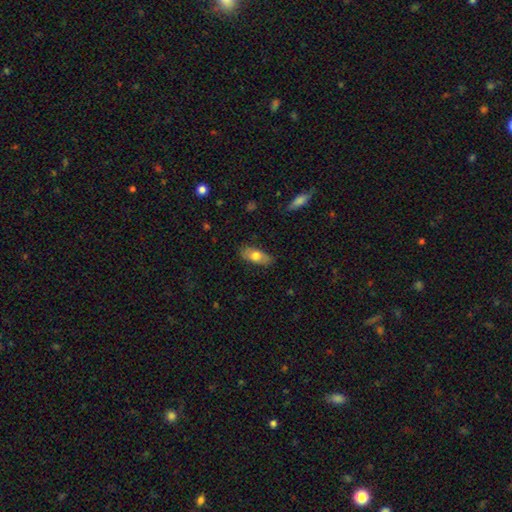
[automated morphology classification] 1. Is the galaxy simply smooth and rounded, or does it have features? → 72% smooth, 22% featured or disk, 6% star or artifact.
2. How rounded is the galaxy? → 83% in between, 13% cigar-shaped, 4% round.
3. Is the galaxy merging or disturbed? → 83% none, 14% minor disturbance, 3% major disturbance, 1% merger.